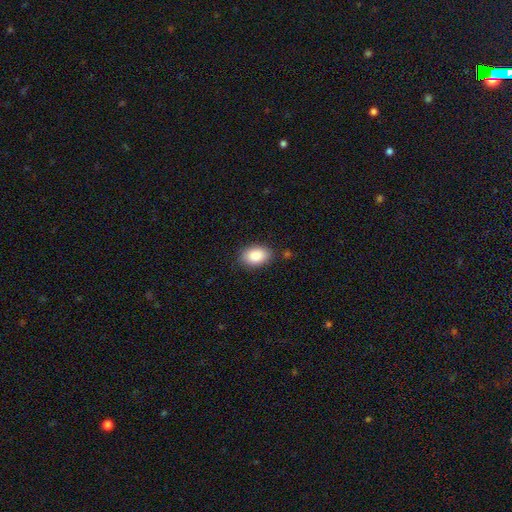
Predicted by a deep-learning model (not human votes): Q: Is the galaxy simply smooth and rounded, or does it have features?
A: smooth — 89%.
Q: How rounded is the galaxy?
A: in between — 90%.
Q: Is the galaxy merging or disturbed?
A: none — 84%.